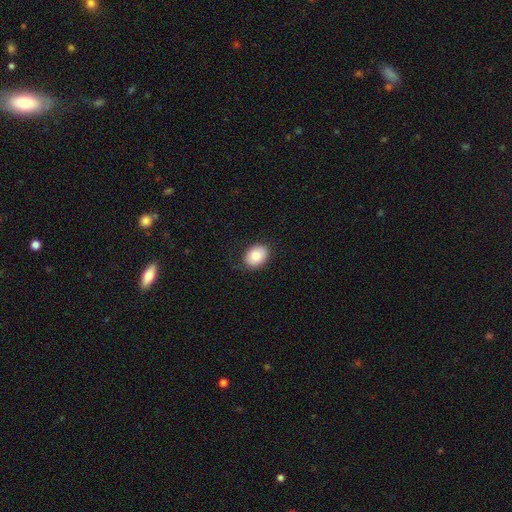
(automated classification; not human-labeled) This appears to be a smooth galaxy with no disk features (79%) that is in between round and cigar-shaped (61%). Merging: none (84%).